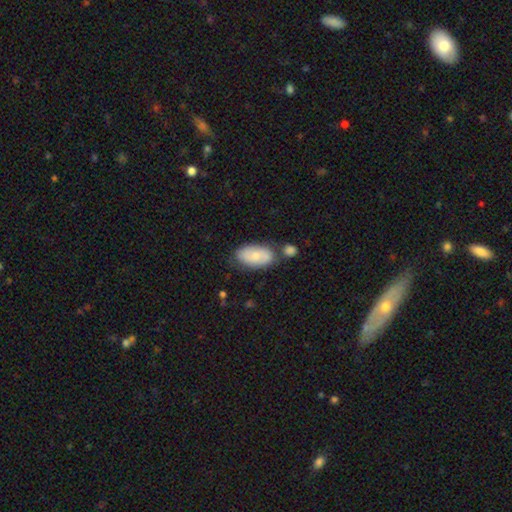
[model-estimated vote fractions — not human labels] This appears to be a smooth galaxy with no disk features (67%) that is in between round and cigar-shaped (94%). Merging: none (59%).